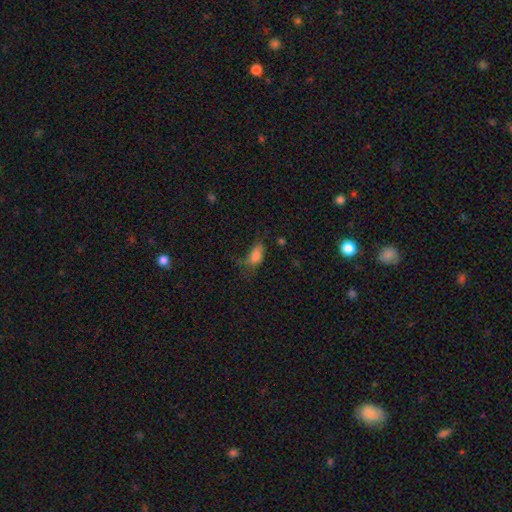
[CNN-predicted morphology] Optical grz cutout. It shows a smooth galaxy with no disk features (76%) that is in between round and cigar-shaped (89%). Merging: major disturbance (36%).